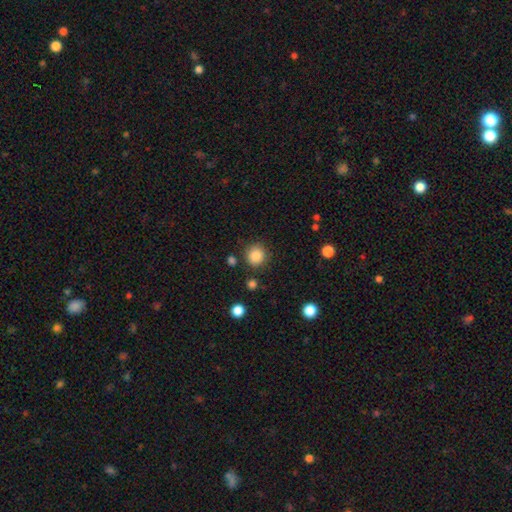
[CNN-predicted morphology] Smooth or featured? Predicted: smooth (p=0.86). How rounded? Predicted: round (p=0.90). Merging? Predicted: none (p=0.86).